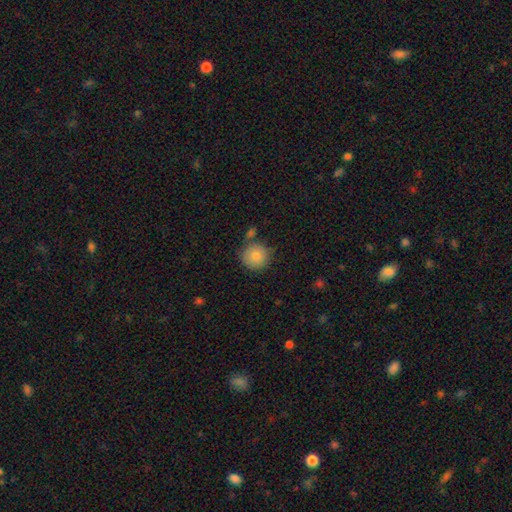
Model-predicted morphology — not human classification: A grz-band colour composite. It shows a smooth galaxy with no disk features (84%) that is round (93%). Merging: none (74%).